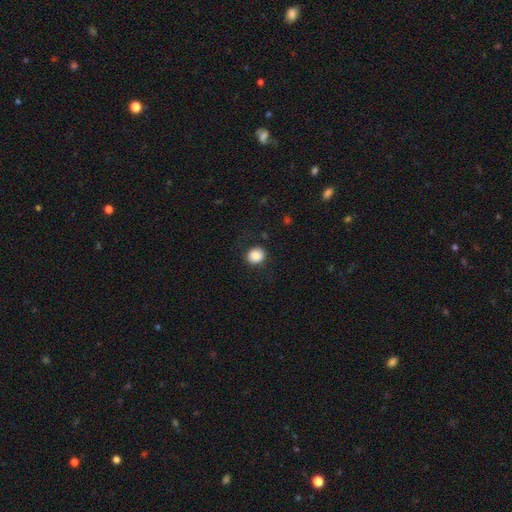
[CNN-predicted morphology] smooth_or_featured: smooth (p=0.87) [alt: star or artifact p=0.09]
how_rounded: round (p=0.83) [alt: in between p=0.16]
merging: none (p=0.85) [alt: minor disturbance p=0.10]